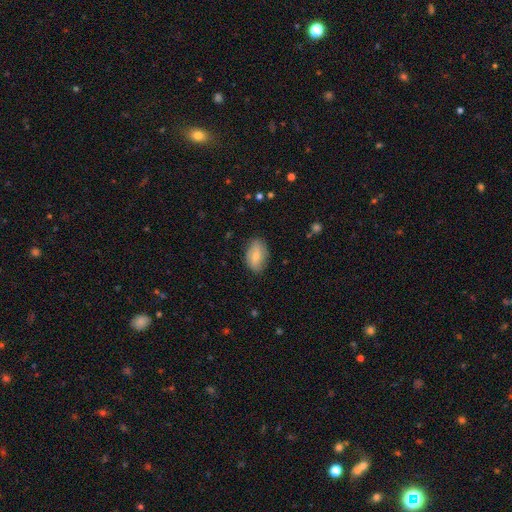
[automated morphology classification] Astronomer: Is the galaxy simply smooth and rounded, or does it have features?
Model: smooth — 66%.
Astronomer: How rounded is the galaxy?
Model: in between — 89%.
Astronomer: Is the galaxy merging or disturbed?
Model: none — 79%.